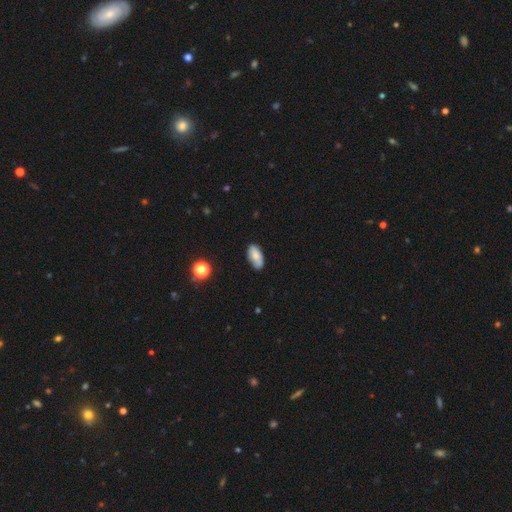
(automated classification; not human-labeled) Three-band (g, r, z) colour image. It shows a smooth galaxy with no disk features (74%) that is in between round and cigar-shaped (93%). Merging: none (75%).